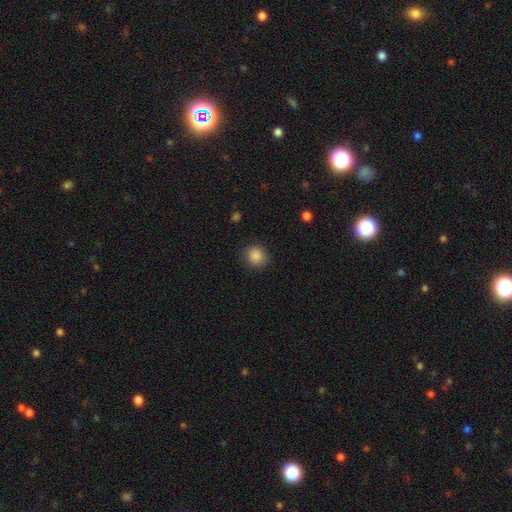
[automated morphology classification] Smooth or featured? Predicted: smooth (p=0.87). How rounded? Predicted: round (p=0.84). Merging? Predicted: none (p=0.87).